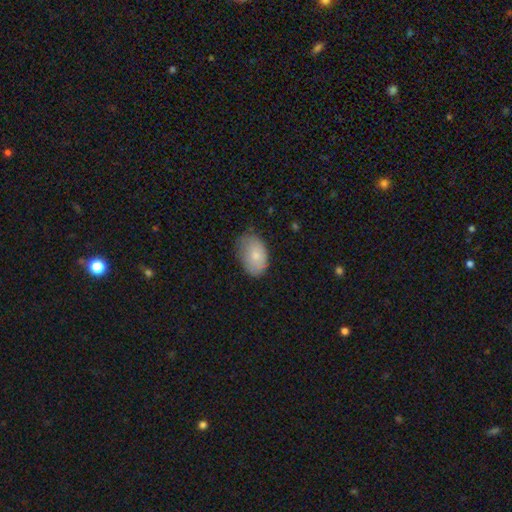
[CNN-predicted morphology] Q: Smooth or featured?
A: smooth (78%); runner-up: featured or disk (15%)
Q: How rounded?
A: in between (88%); runner-up: round (11%)
Q: Merging?
A: none (63%); runner-up: minor disturbance (29%)